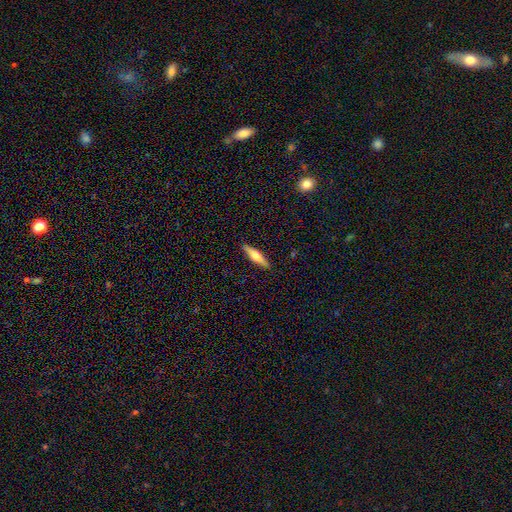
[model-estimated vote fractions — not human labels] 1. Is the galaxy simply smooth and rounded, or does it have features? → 54% smooth, 40% featured or disk, 6% star or artifact.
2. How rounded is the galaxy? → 72% cigar-shaped, 26% in between, 2% round.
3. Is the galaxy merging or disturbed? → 90% none, 7% minor disturbance, 2% major disturbance, 1% merger.